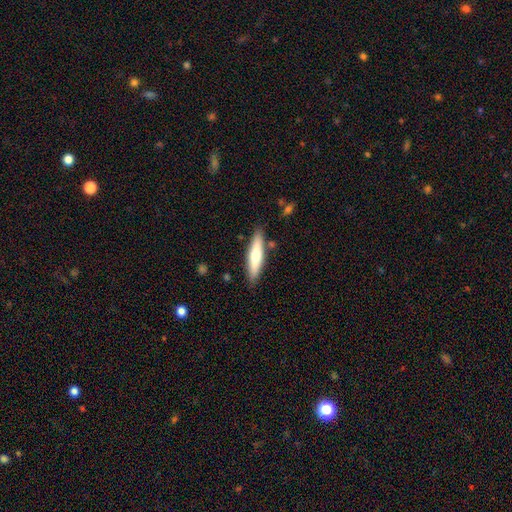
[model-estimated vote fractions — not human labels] Smooth or featured? smooth (61%)
How rounded? cigar-shaped (79%)
Merging? none (86%)